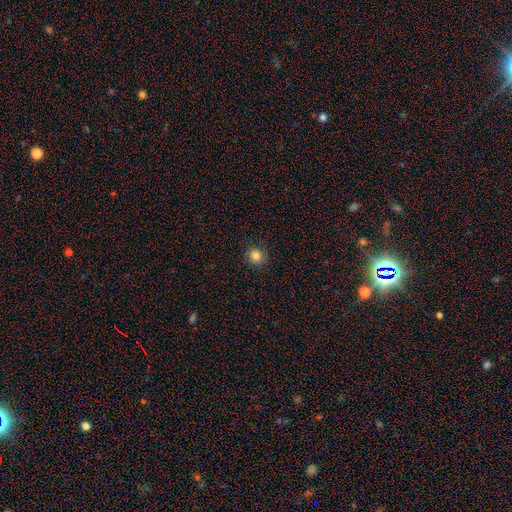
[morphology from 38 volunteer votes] Smooth or featured?
  - smooth: 89% *
  - star or artifact: 8%
  - featured or disk: 3%
How rounded?
  - round: 85% *
  - in between: 15%
  - cigar-shaped: 0%
Merging?
  - none: 89% *
  - minor disturbance: 11%
  - major disturbance: 0%
  - merger: 0%